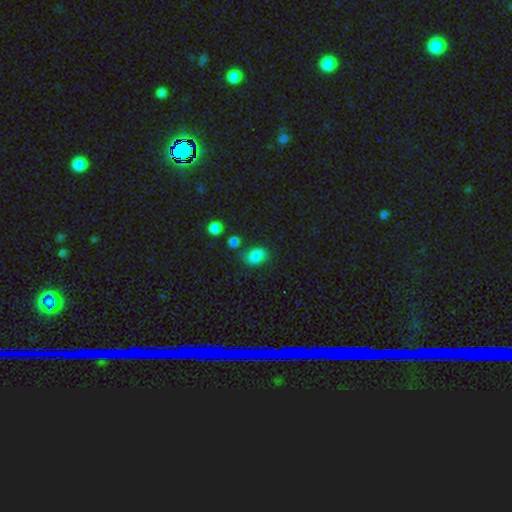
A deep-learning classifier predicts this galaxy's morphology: Smooth or featured? Predicted: smooth (p=0.83). How rounded? Predicted: in between (p=0.75). Merging? Predicted: none (p=0.76).